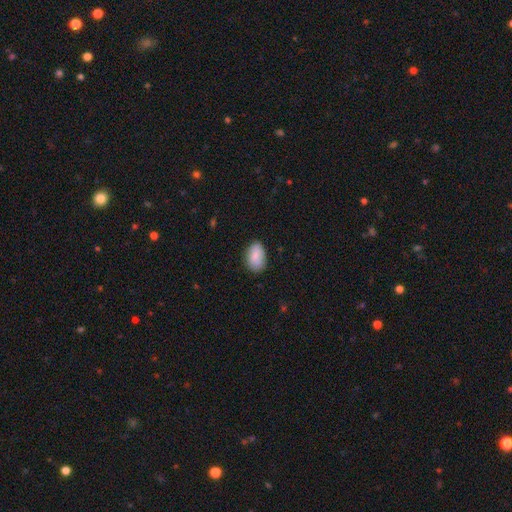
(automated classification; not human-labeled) Overall: smooth (86%). How rounded: in between (90%). Merging: none (79%).